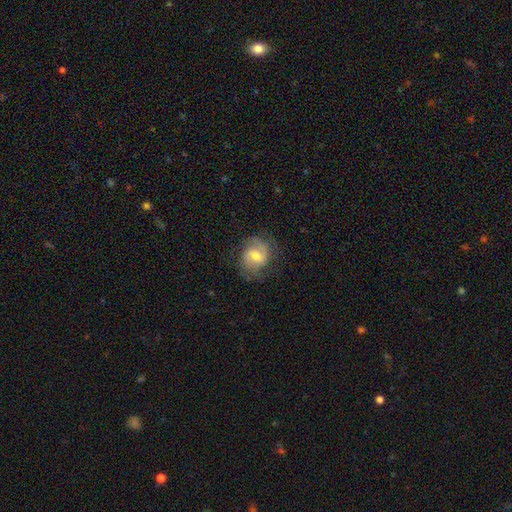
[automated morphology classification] The model was most divided on "smooth or featured": featured or disk: 50%, smooth: 42%, star or artifact: 8%. More confident: edge-on disk — no (96%); merging — none (68%).